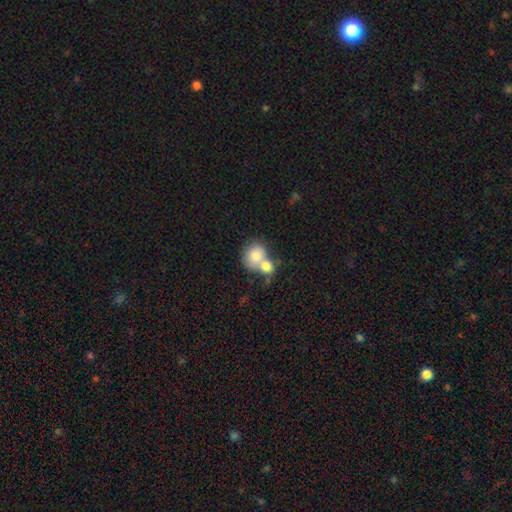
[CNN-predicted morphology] type=smooth (78%); roundness=round (70%); merging=merger (64%).